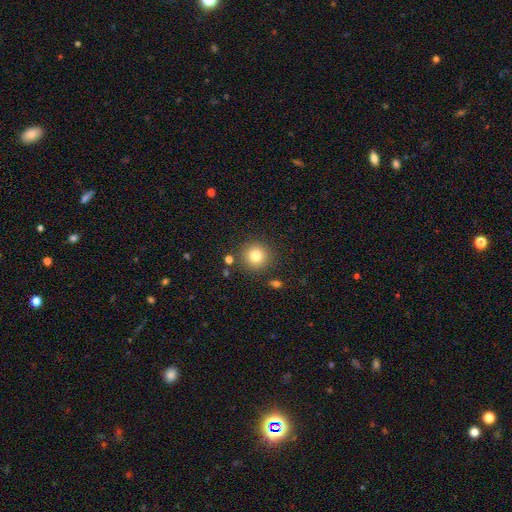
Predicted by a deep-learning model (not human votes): A smooth galaxy with no disk features (81%) that is round (94%).

Vote fractions:
- Smooth or featured? smooth: 81% / star or artifact: 11% / featured or disk: 7%
- How rounded? round: 94% / in between: 5% / cigar-shaped: 1%
- Merging? none: 86% / minor disturbance: 7% / merger: 3% / major disturbance: 3%